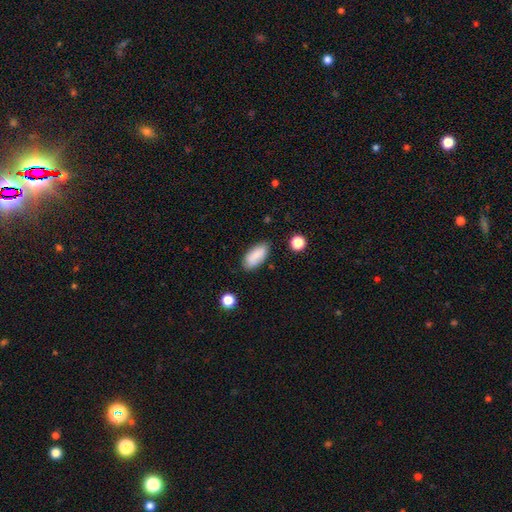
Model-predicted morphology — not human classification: Smooth or featured: smooth — 85% (featured or disk — 8%)
How rounded: in between — 87% (cigar-shaped — 10%)
Merging: none — 80% (minor disturbance — 14%)